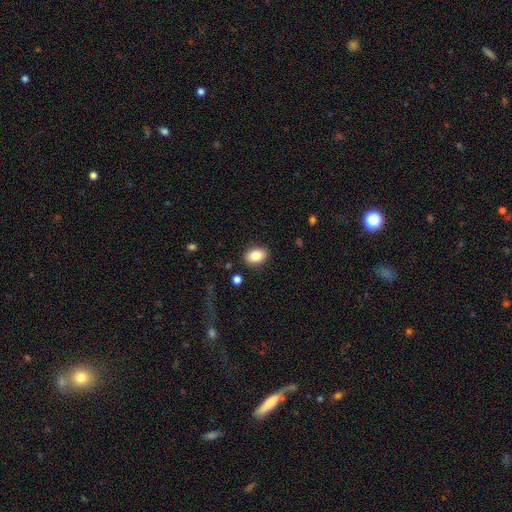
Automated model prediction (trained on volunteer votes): Smooth or featured: smooth — 83% (featured or disk — 9%)
How rounded: in between — 73% (round — 26%)
Merging: none — 88% (minor disturbance — 8%)